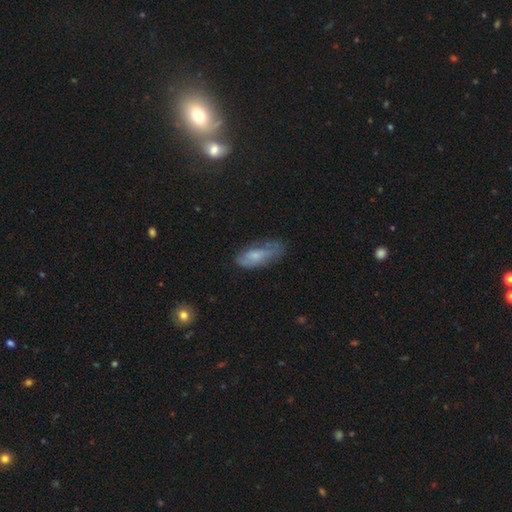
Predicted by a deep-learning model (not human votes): Smooth or featured? smooth (57%)
How rounded? in between (78%)
Merging? none (58%)